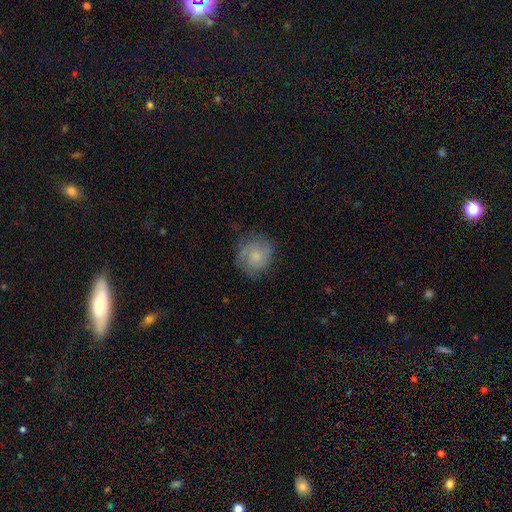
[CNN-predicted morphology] This is possibly a smooth galaxy (54%). How rounded: clearly round (84%). Merging: likely none (69%).